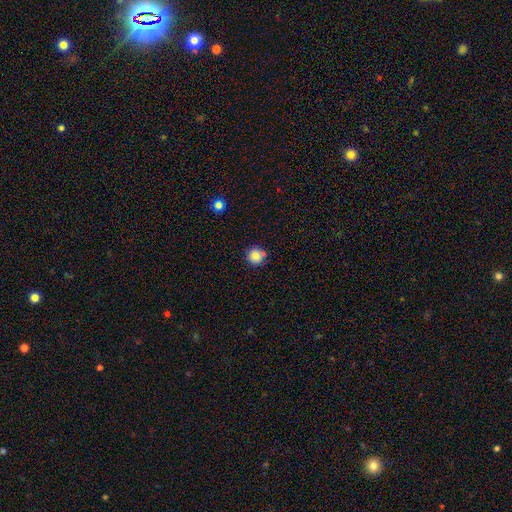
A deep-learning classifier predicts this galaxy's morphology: type=smooth (83%); roundness=round (94%); merging=none (80%).